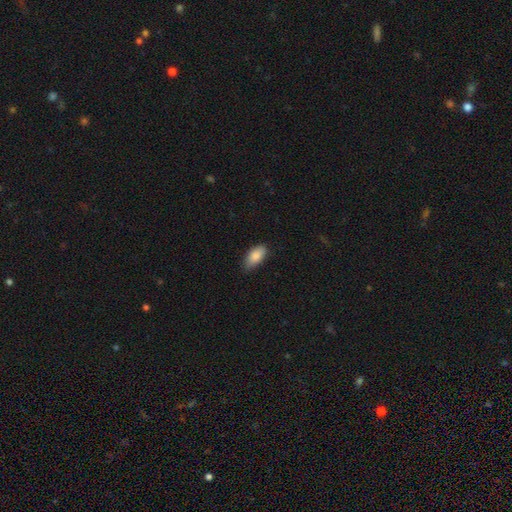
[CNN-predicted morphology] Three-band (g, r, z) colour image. It shows a smooth galaxy with no disk features (87%) that is in between round and cigar-shaped (91%). Merging: none (77%).